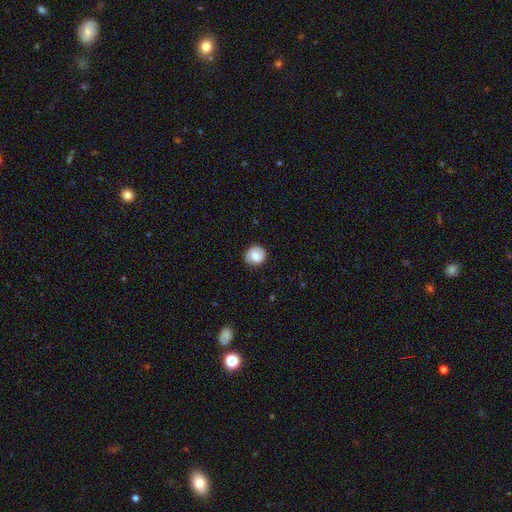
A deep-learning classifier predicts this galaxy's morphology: type=smooth (51%); roundness=round (83%); merging=none (81%).